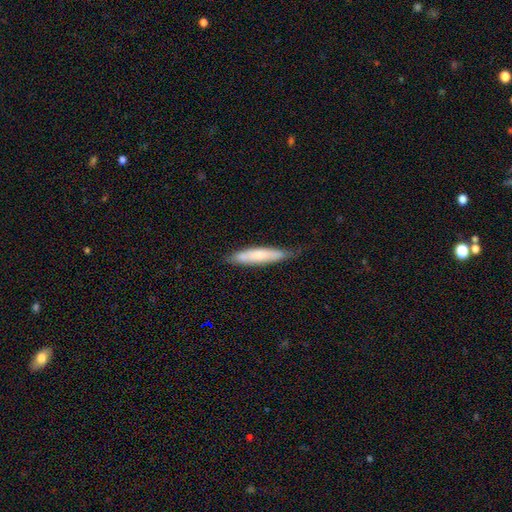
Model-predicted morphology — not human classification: Smooth or featured: smooth — 64% (featured or disk — 30%)
How rounded: cigar-shaped — 85% (in between — 13%)
Merging: none — 69% (minor disturbance — 25%)